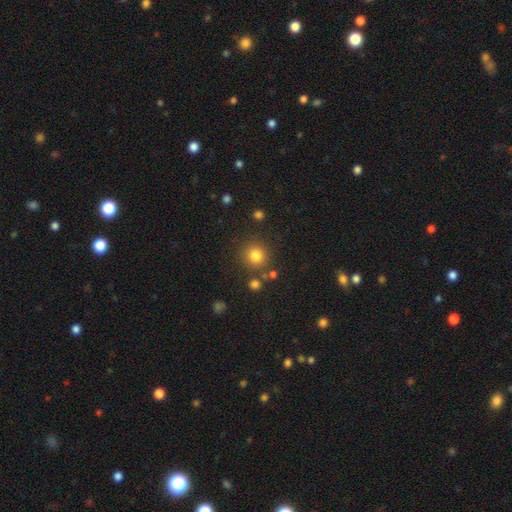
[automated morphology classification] Overall: smooth (81%). How rounded: round (92%). Merging: none (82%).